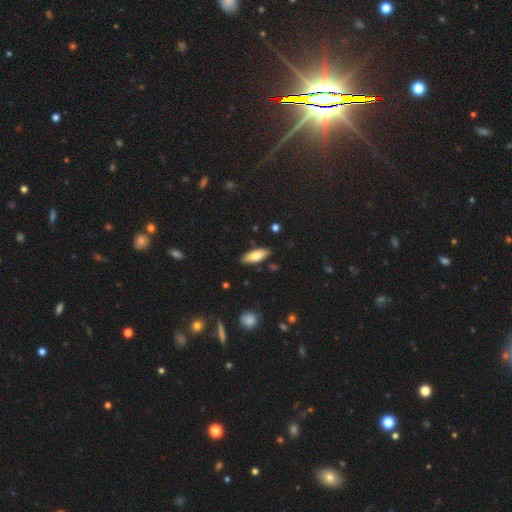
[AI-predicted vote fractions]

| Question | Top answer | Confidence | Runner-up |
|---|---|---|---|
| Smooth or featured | smooth | 76% | featured or disk (17%) |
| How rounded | in between | 72% | cigar-shaped (26%) |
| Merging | none | 86% | minor disturbance (10%) |